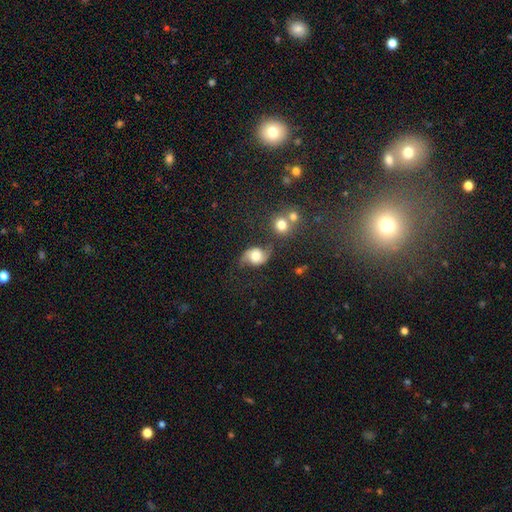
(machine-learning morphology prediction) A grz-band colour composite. It shows a featured or disk galaxy (72%) with no bar (65%), 2 (94%) loose (68%) spiral arms (94%) and a large central bulge (44%). Merging: none (67%).